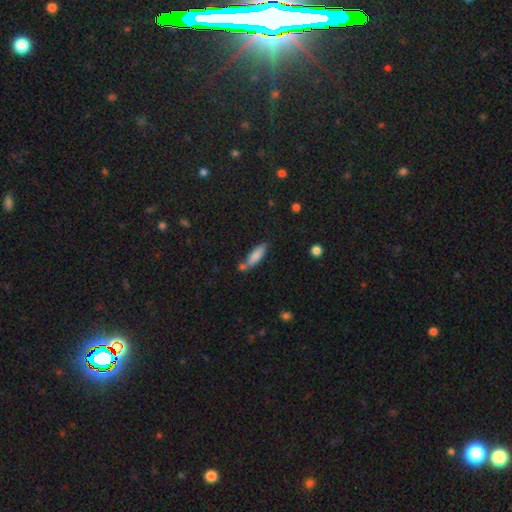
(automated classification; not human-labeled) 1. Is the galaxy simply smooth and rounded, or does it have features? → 82% smooth, 11% featured or disk, 7% star or artifact.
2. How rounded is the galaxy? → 56% cigar-shaped, 42% in between, 2% round.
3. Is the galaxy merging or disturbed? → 59% none, 18% minor disturbance, 18% merger, 5% major disturbance.